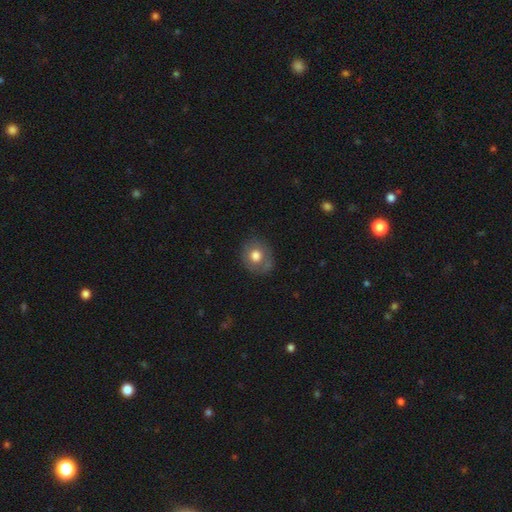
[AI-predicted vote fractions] A smooth galaxy with no disk features (72%) that is round (78%). Merging: none (76%).